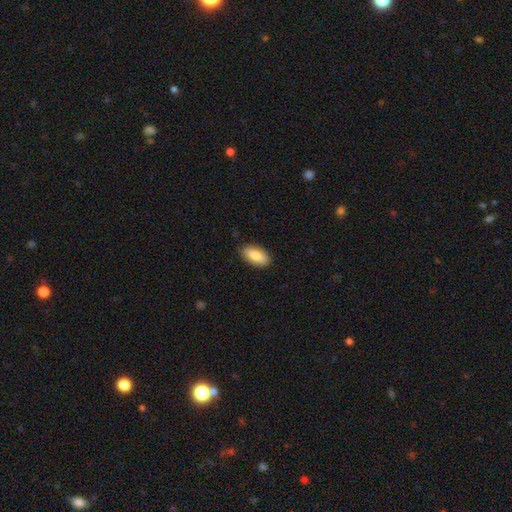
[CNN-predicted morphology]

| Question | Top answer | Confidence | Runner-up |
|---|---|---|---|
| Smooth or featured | smooth | 84% | featured or disk (9%) |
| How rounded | in between | 90% | cigar-shaped (7%) |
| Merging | none | 87% | minor disturbance (10%) |